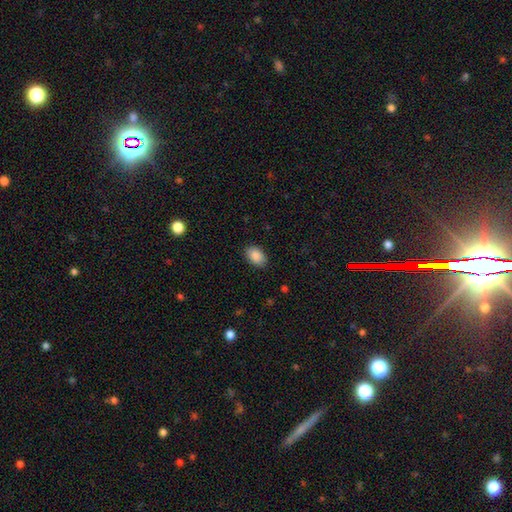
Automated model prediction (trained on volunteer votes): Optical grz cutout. It shows a smooth galaxy with no disk features (88%) that is in between round and cigar-shaped (87%). Merging: none (88%).